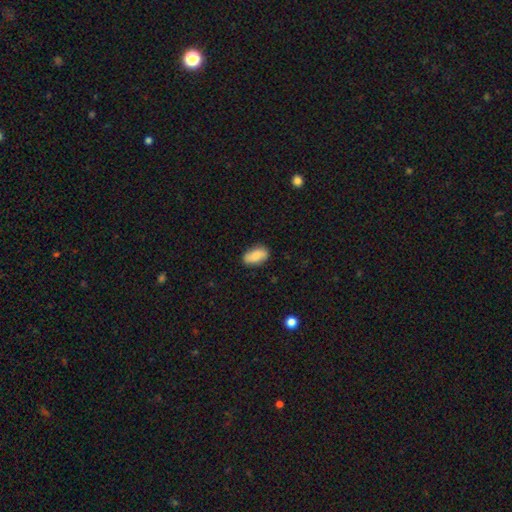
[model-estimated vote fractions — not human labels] A smooth galaxy with no disk features (78%) that is in between round and cigar-shaped (92%). Merging: none (83%).